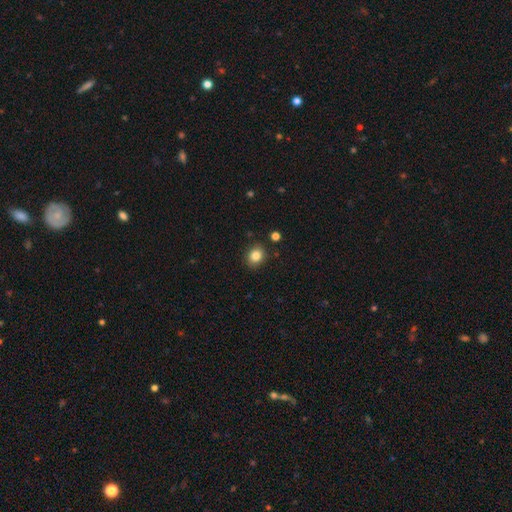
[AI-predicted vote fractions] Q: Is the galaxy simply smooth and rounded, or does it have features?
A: smooth — 84%.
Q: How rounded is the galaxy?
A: round — 62%.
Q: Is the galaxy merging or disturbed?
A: none — 87%.